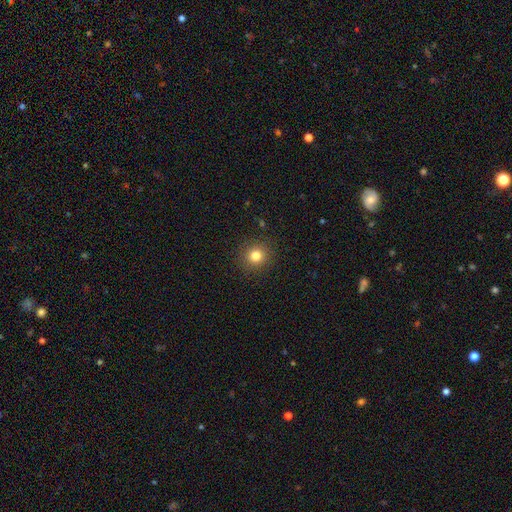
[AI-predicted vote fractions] This is clearly a smooth galaxy (80%). How rounded: clearly round (93%). Merging: clearly none (91%).